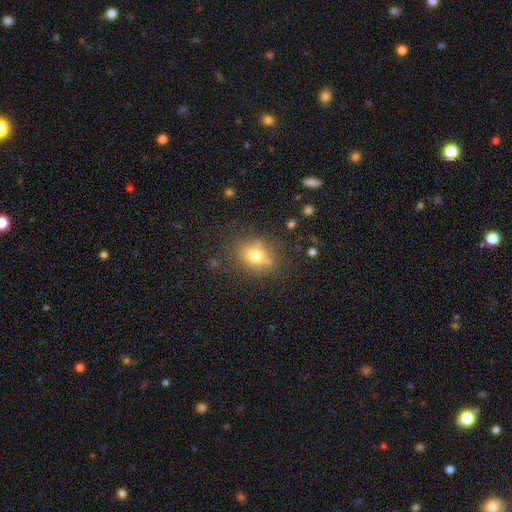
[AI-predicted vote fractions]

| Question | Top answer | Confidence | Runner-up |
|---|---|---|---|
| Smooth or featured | smooth | 73% | star or artifact (14%) |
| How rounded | round | 57% | in between (41%) |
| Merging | none | 73% | minor disturbance (15%) |